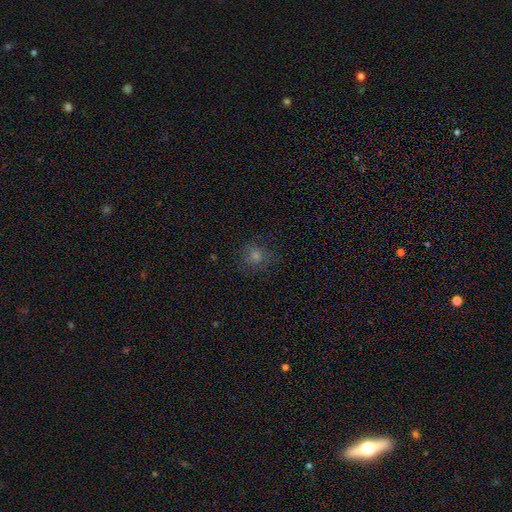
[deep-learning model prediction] This is possibly a smooth galaxy (57%). How rounded: clearly round (83%). Merging: likely none (79%).